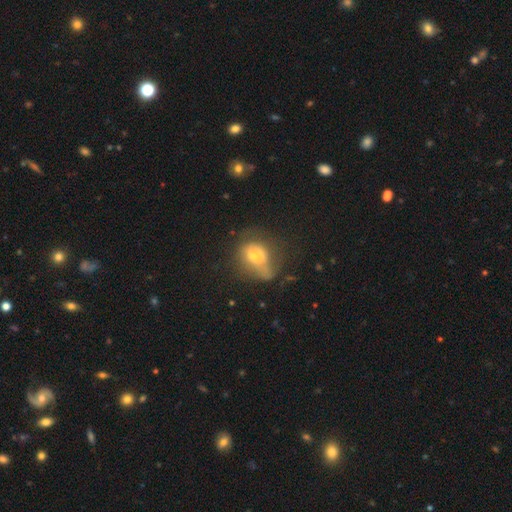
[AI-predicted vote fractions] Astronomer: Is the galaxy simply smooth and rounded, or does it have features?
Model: smooth — 58%.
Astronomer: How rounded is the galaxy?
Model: in between — 56% (runner-up: round, 42%).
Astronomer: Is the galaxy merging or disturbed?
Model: major disturbance — 32% (runner-up: none, 31%).